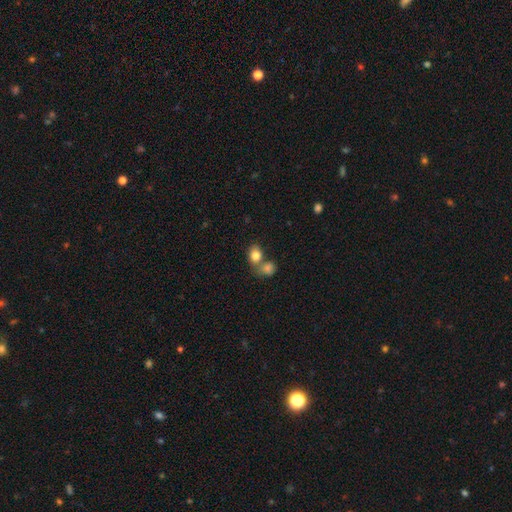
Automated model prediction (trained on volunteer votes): Smooth or featured?
  - smooth: 82% *
  - star or artifact: 9%
  - featured or disk: 9%
How rounded?
  - in between: 54% *
  - round: 44%
  - cigar-shaped: 1%
Merging?
  - merger: 45% *
  - none: 42%
  - minor disturbance: 10%
  - major disturbance: 4%